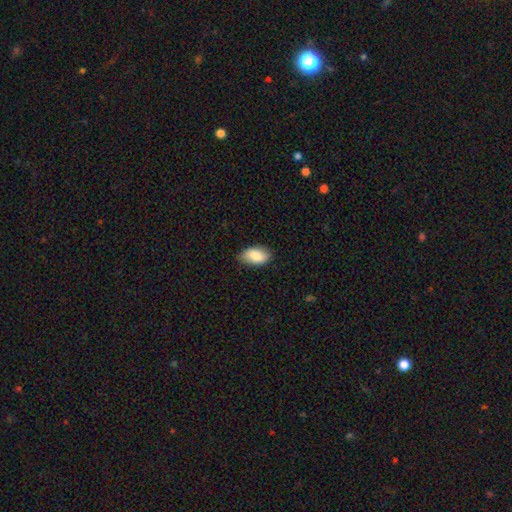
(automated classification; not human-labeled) This is clearly a smooth galaxy (80%). How rounded: clearly in between (93%). Merging: clearly none (81%).